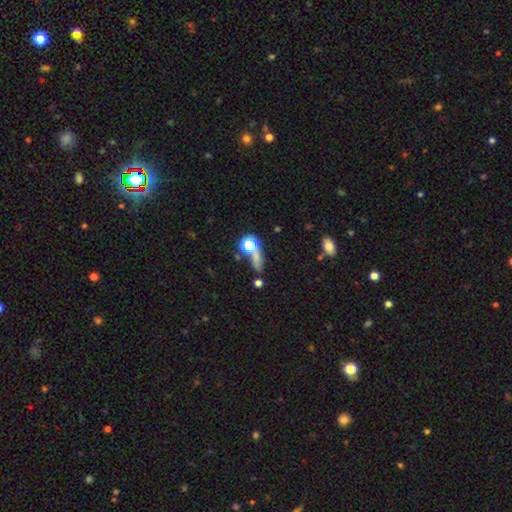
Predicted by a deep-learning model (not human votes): This appears to be a smooth galaxy with no disk features (58%) that is round (38%). Merging: none (50%).